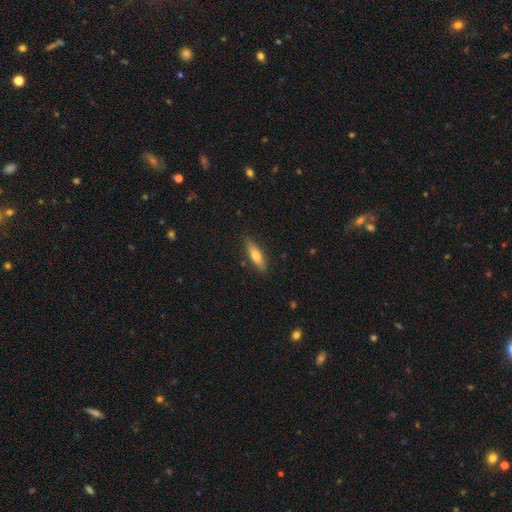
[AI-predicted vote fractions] smooth-or-featured: smooth: 68% | featured or disk: 26% | star or artifact: 6%
  how-rounded: cigar-shaped: 54% | in between: 44% | round: 2%
  merging: none: 84% | minor disturbance: 12% | major disturbance: 2% | merger: 2%